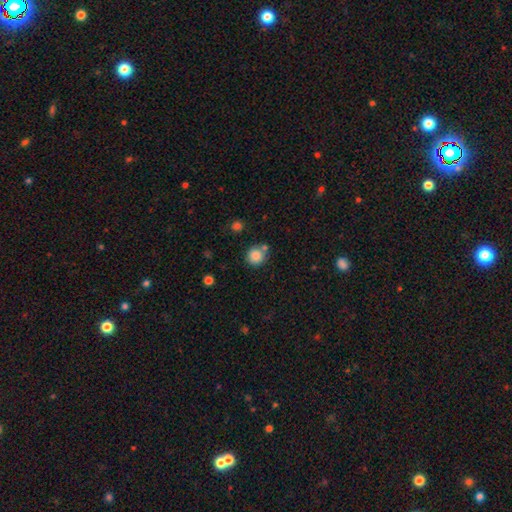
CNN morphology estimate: This appears to be a smooth galaxy with no disk features (85%) that is round (91%). Merging: none (70%).